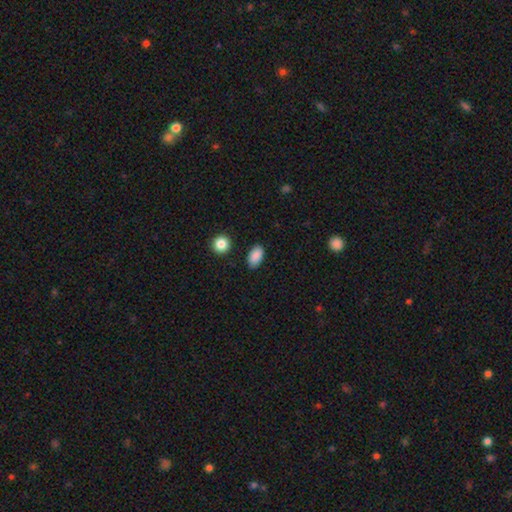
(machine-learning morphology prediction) smooth 88%, star or artifact 8%, featured or disk 4%. Down the decision tree: how rounded — in between (91%); merging — none (86%).